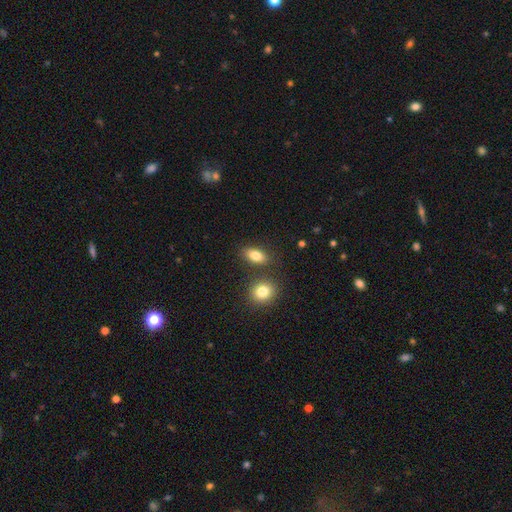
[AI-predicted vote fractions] Smooth or featured: smooth — 81% (featured or disk — 10%)
How rounded: in between — 84% (round — 12%)
Merging: none — 77% (merger — 10%)